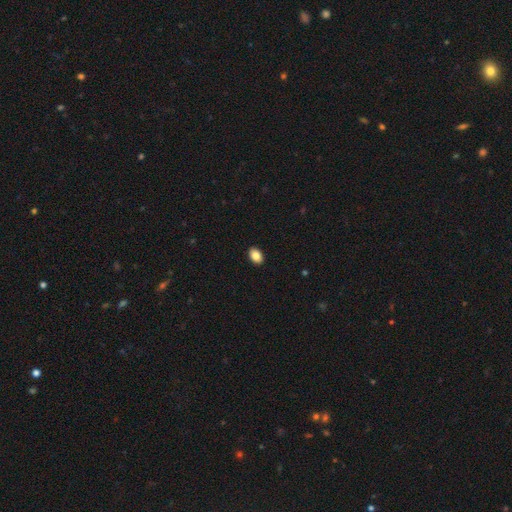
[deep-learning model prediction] This is clearly a smooth galaxy (86%). How rounded: clearly in between (85%). Merging: clearly none (91%).